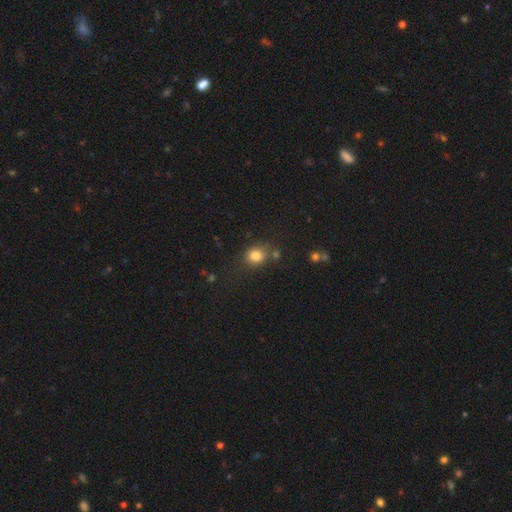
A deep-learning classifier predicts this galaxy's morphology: Smooth or featured? Predicted: smooth (p=0.82). How rounded? Predicted: round (p=0.73). Merging? Predicted: none (p=0.73).